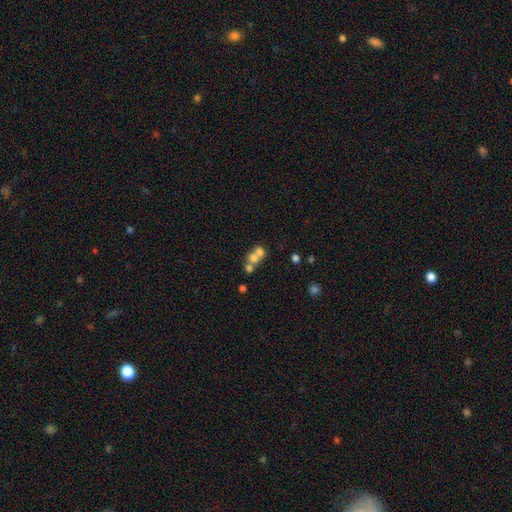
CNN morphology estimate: type=smooth (61%); roundness=round (67%); merging=merger (65%).